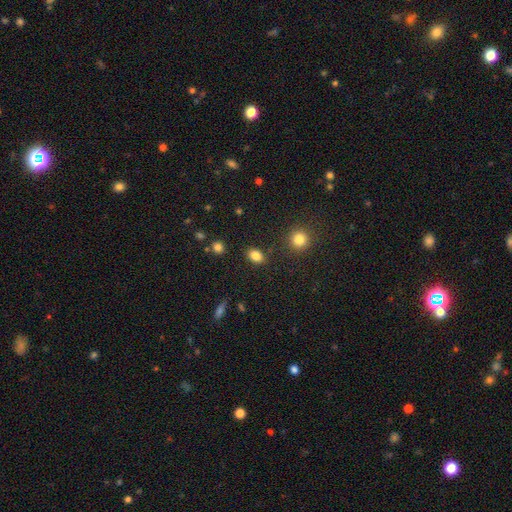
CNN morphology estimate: Overall: smooth (85%). How rounded: in between (77%). Merging: none (85%).